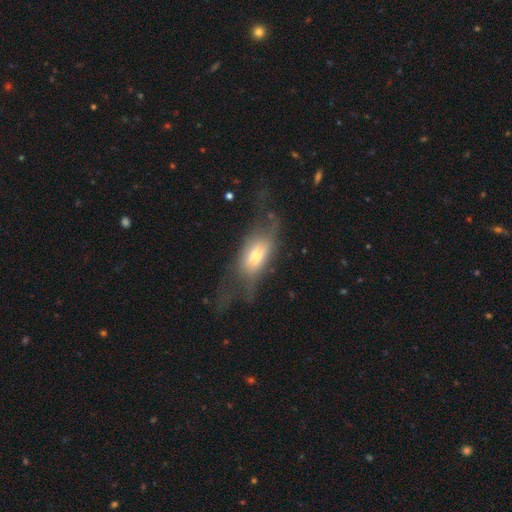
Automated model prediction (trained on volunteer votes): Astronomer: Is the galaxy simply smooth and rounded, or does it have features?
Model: smooth — 49% (runner-up: featured or disk, 42%).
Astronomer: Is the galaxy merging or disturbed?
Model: major disturbance — 43% (runner-up: none, 32%).